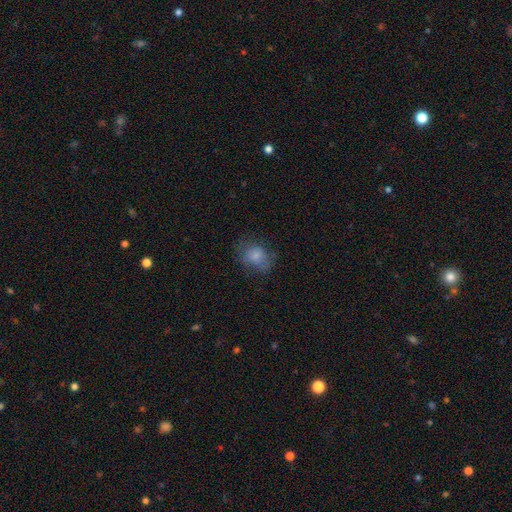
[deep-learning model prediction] Smooth or featured? smooth (71%)
How rounded? in between (53%)
Merging? none (53%)